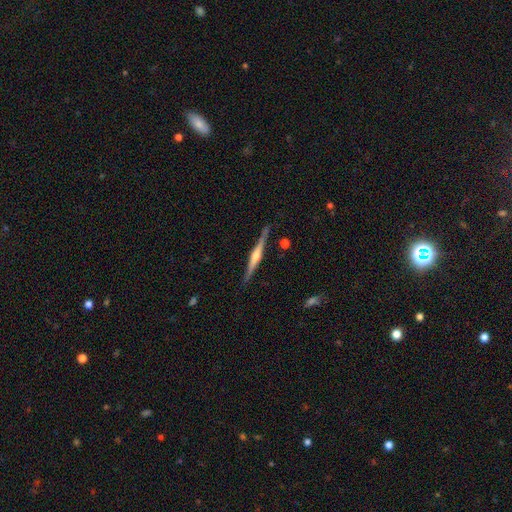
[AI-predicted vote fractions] This appears to be a featured or disk galaxy (79%) viewed edge-on (98%) with a rounded central bulge (82%). Merging: none (88%).